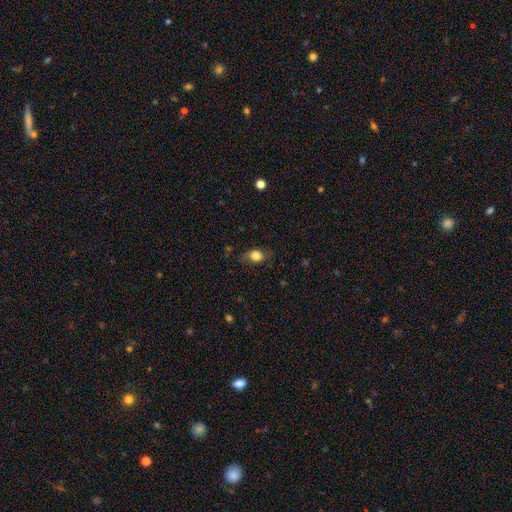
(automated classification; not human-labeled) This appears to be a smooth galaxy with no disk features (78%) that is in between round and cigar-shaped (63%). Merging: none (72%).